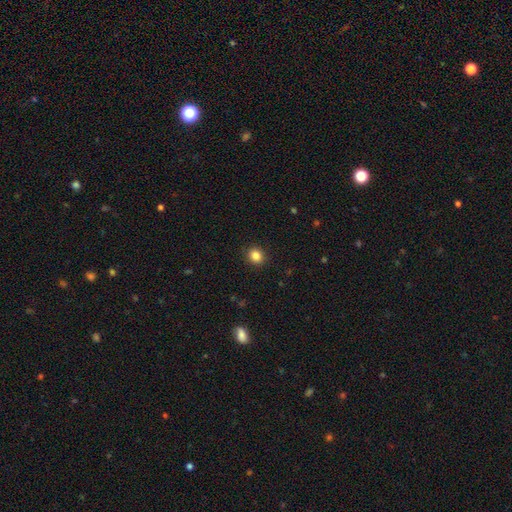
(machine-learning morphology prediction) smooth_or_featured: smooth (p=0.85) [alt: star or artifact p=0.11]
how_rounded: round (p=0.78) [alt: in between p=0.21]
merging: none (p=0.91) [alt: minor disturbance p=0.06]